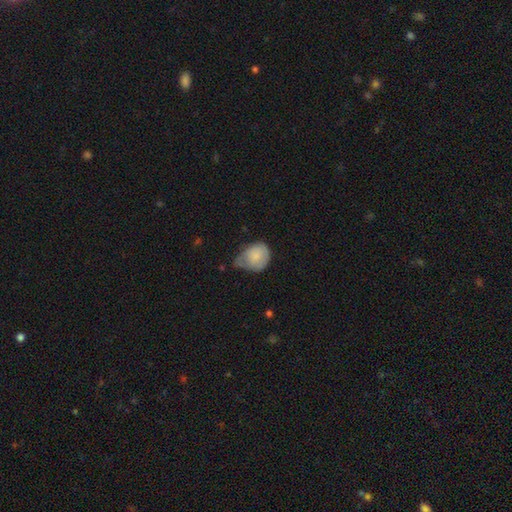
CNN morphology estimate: smooth 76%, featured or disk 17%, star or artifact 7%. Down the decision tree: how rounded — in between (53%); merging — minor disturbance (50%).